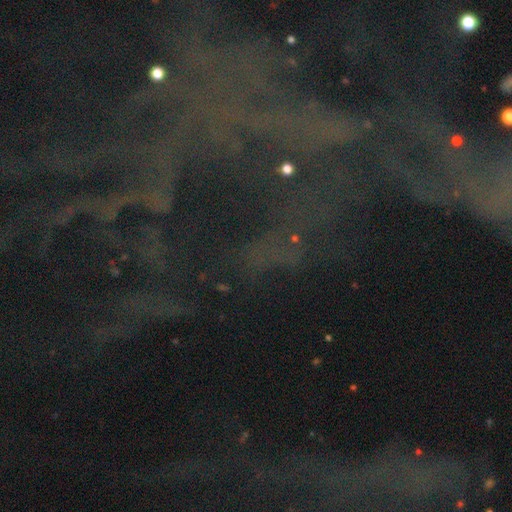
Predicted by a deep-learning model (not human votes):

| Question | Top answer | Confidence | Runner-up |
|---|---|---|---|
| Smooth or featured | star or artifact | 72% | featured or disk (16%) |